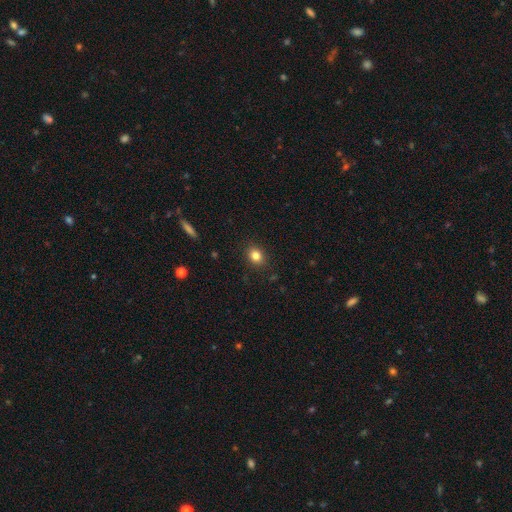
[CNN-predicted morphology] Smooth or featured? smooth (83%)
How rounded? round (52%)
Merging? none (89%)